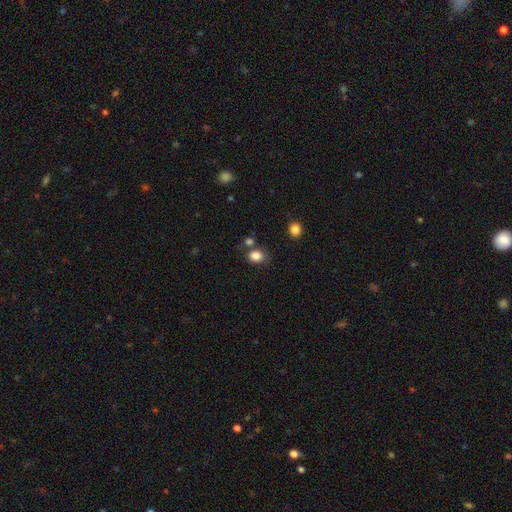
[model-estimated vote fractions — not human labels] Smooth or featured? smooth (84%)
How rounded? round (50%)
Merging? none (70%)